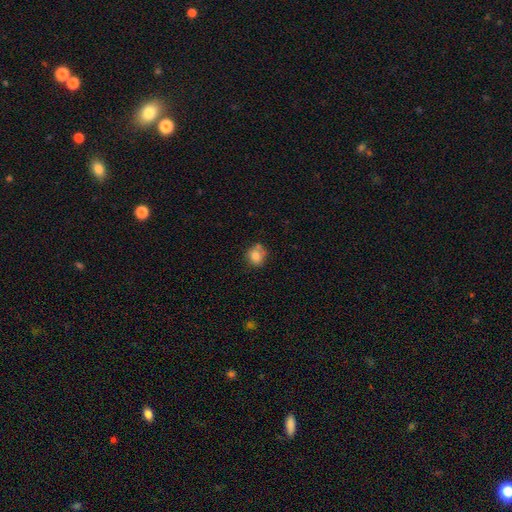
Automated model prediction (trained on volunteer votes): This is likely a smooth galaxy (80%). How rounded: likely round (76%). Merging: likely none (63%).